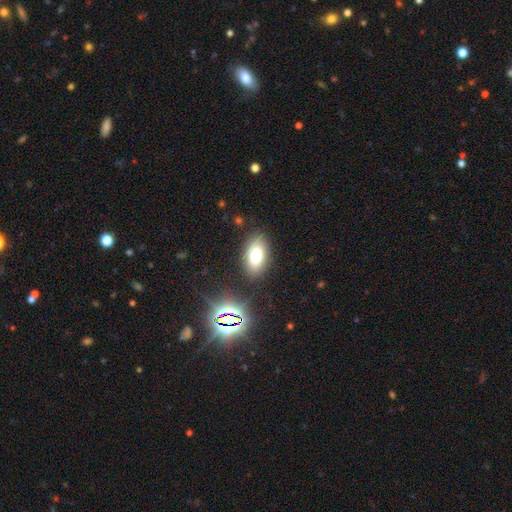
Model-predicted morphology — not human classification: This is likely a smooth galaxy (76%). How rounded: clearly in between (91%). Merging: clearly none (85%).